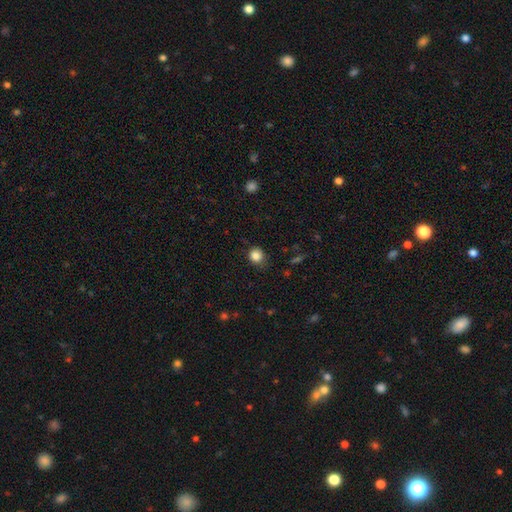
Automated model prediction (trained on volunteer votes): smooth_or_featured: smooth (p=0.85) [alt: star or artifact p=0.11]
how_rounded: round (p=0.82) [alt: in between p=0.18]
merging: none (p=0.76) [alt: minor disturbance p=0.19]